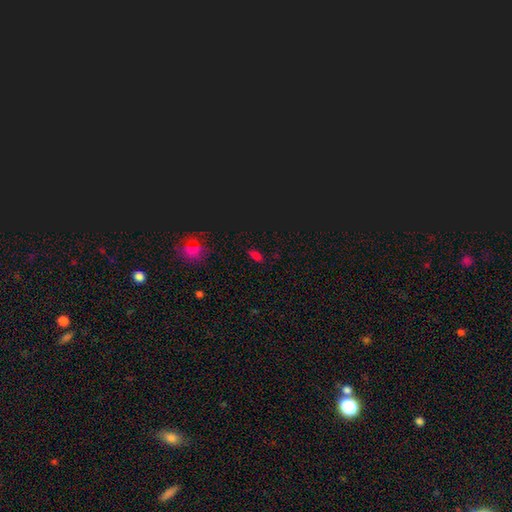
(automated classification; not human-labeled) smooth 53%, star or artifact 40%, featured or disk 7%. Down the decision tree: how rounded — in between (79%); merging — none (81%).